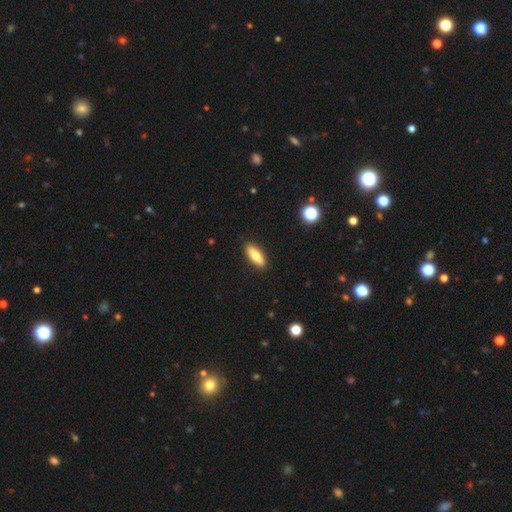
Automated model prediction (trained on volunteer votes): This is likely a smooth galaxy (74%). How rounded: likely in between (61%). Merging: clearly none (90%).